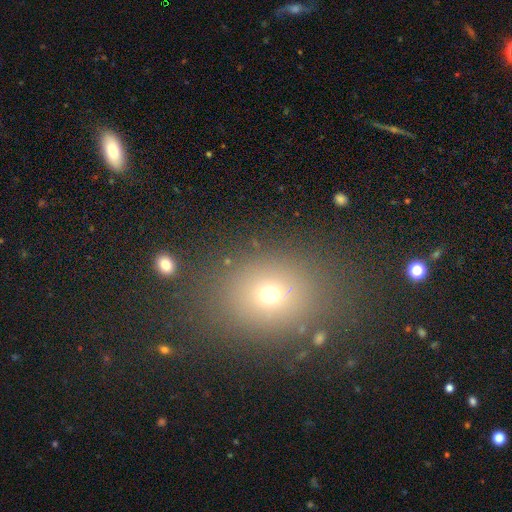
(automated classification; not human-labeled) Morphology: type=smooth (65%); roundness=in between (51%); merging=none (84%).